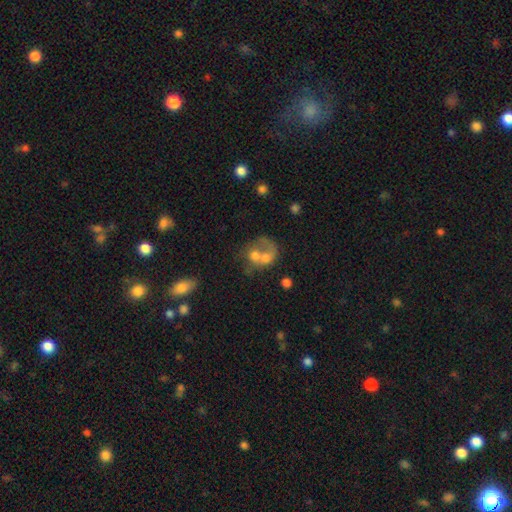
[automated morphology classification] Overall: smooth (46%; featured or disk 44%). Merging: merger (60%).